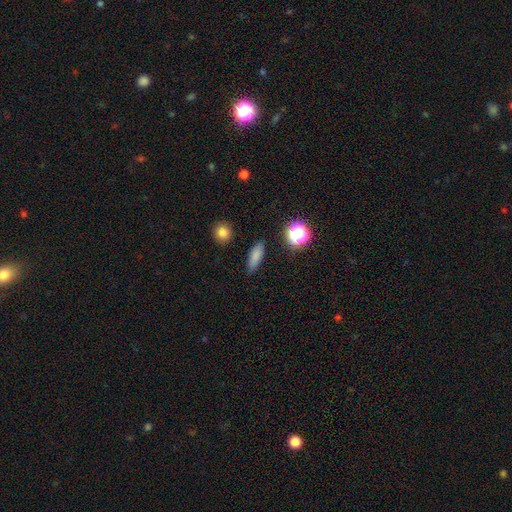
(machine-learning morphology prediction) This appears to be a smooth galaxy with no disk features (80%) that is in between round and cigar-shaped (57%). Merging: none (86%).